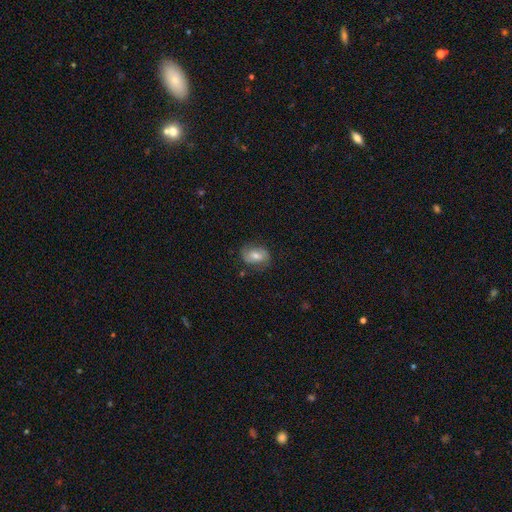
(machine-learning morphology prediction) smooth_or_featured: smooth (p=0.49) [alt: featured or disk p=0.43]
merging: none (p=0.70) [alt: minor disturbance p=0.20]